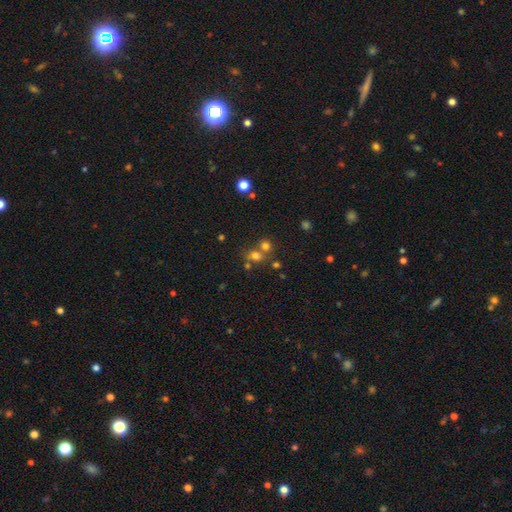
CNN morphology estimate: This is likely a smooth galaxy (65%). How rounded: likely round (70%). Merging: possibly none (48%).